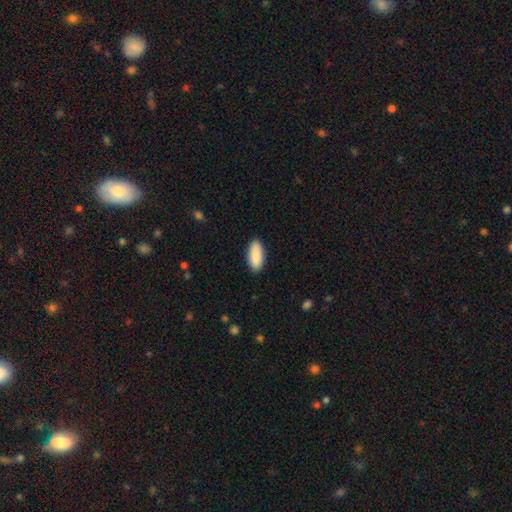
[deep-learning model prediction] Morphology: type=smooth (90%); roundness=in between (88%); merging=none (88%).